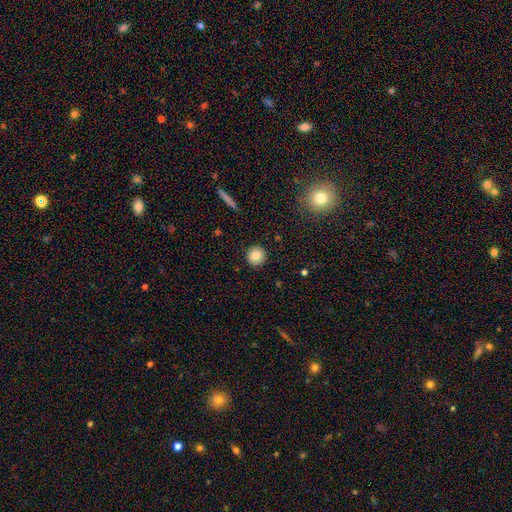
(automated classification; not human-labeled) This appears to be a smooth galaxy with no disk features (84%) that is round (93%). Merging: none (92%).